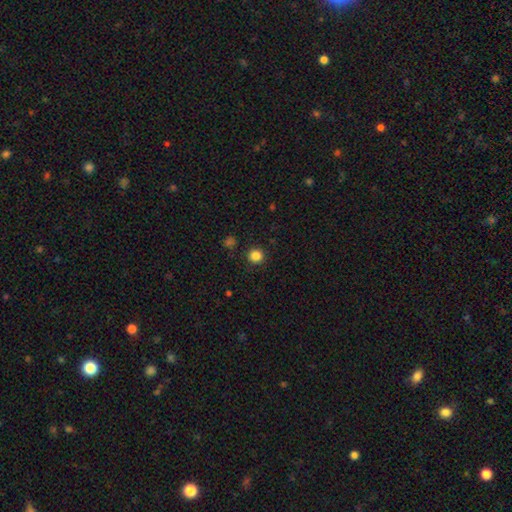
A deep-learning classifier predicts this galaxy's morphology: Smooth or featured? Predicted: smooth (p=0.85). How rounded? Predicted: round (p=0.94). Merging? Predicted: none (p=0.92).